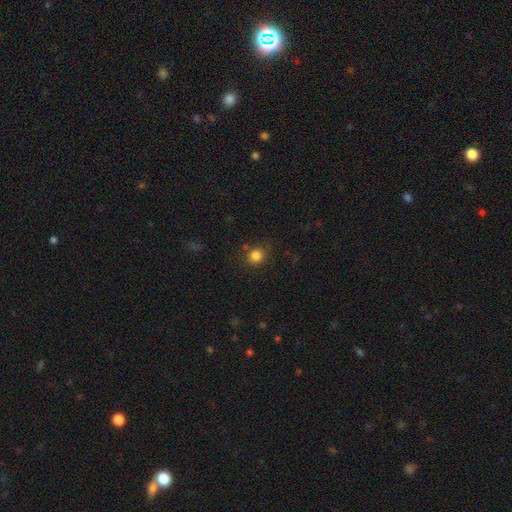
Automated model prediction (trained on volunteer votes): Smooth or featured: smooth — 83% (star or artifact — 13%)
How rounded: round — 83% (in between — 16%)
Merging: none — 79% (minor disturbance — 13%)